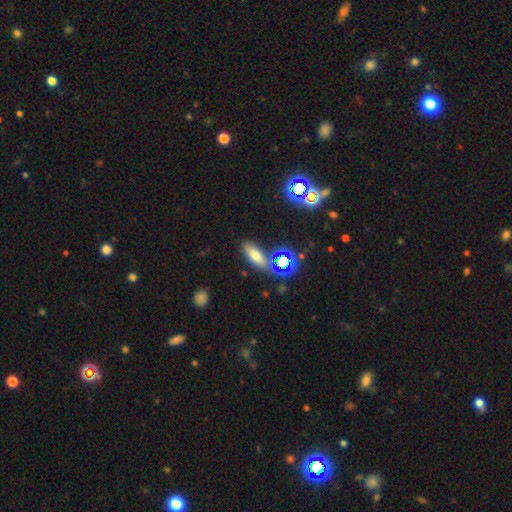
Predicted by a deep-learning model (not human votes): The model was most divided on "smooth or featured": smooth: 66%, star or artifact: 23%, featured or disk: 11%. More confident: how rounded — in between (70%); merging — none (70%).